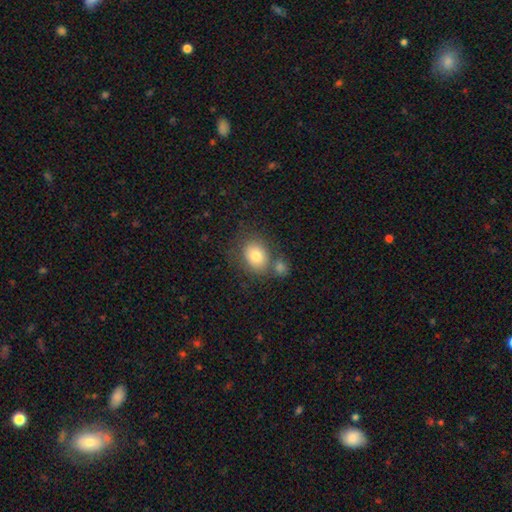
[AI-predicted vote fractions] Morphology: type=smooth (80%); roundness=in between (54%); merging=none (57%).